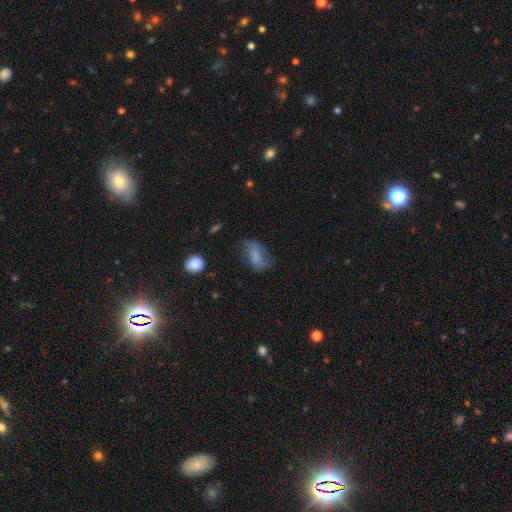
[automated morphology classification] smooth_or_featured: smooth (p=0.61) [alt: featured or disk p=0.28]
how_rounded: in between (p=0.84) [alt: round p=0.09]
merging: none (p=0.50) [alt: minor disturbance p=0.28]